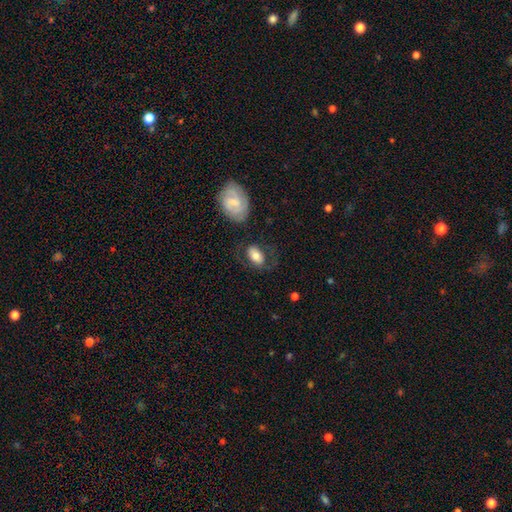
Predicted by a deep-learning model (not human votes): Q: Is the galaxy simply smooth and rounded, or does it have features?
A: smooth — 67%.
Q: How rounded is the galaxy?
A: in between — 88%.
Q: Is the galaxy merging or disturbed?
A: none — 63%.